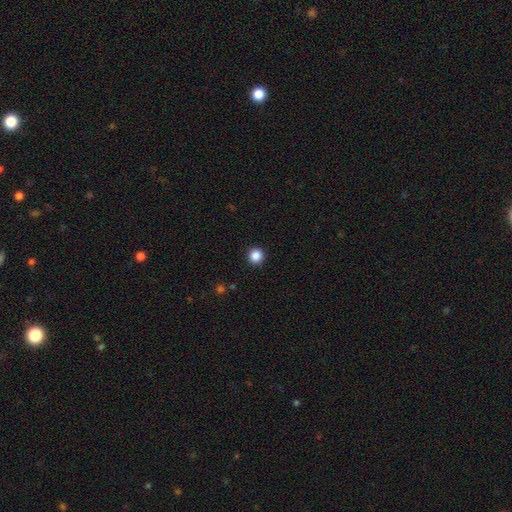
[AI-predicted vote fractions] smooth_or_featured: smooth (p=0.86) [alt: star or artifact p=0.11]
how_rounded: round (p=0.95) [alt: in between p=0.04]
merging: none (p=0.93) [alt: minor disturbance p=0.05]